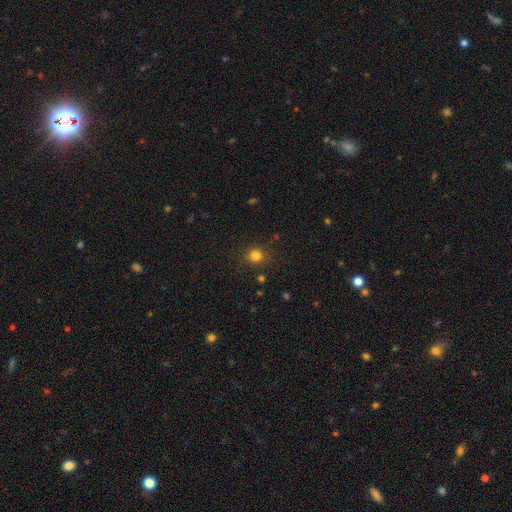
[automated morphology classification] This appears to be a smooth galaxy with no disk features (81%) that is round (86%). Merging: none (87%).